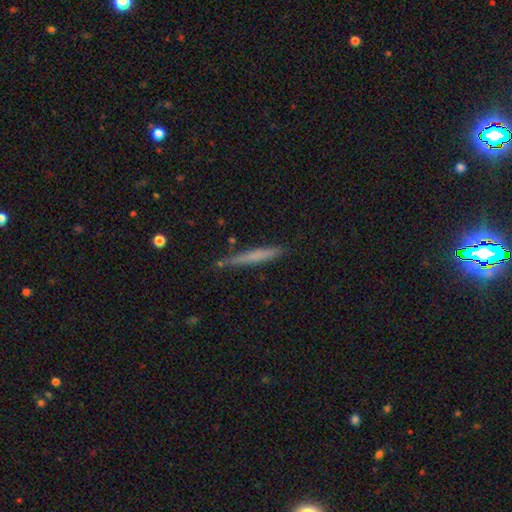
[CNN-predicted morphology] A smooth galaxy with no disk features (63%) that is cigar-shaped (96%). Merging: none (81%).